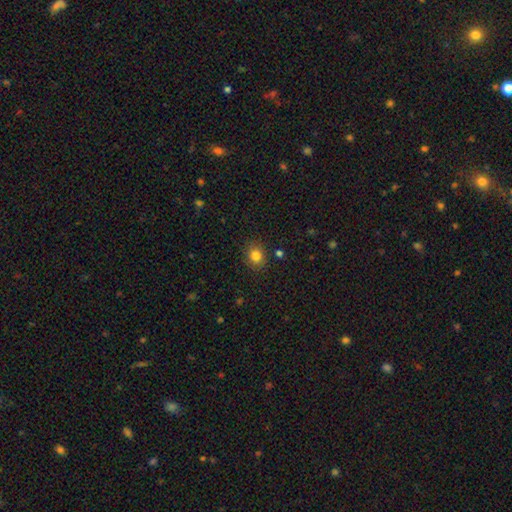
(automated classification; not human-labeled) Smooth or featured: smooth — 82% (star or artifact — 12%)
How rounded: round — 72% (in between — 27%)
Merging: none — 87% (minor disturbance — 9%)